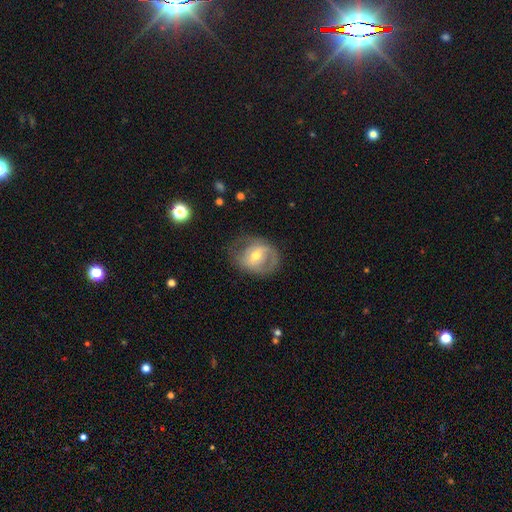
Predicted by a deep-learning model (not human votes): A featured or disk galaxy (58%) with a weak bar (43%), spiral arms (61%) and a moderate central bulge (58%). Merging: none (58%).